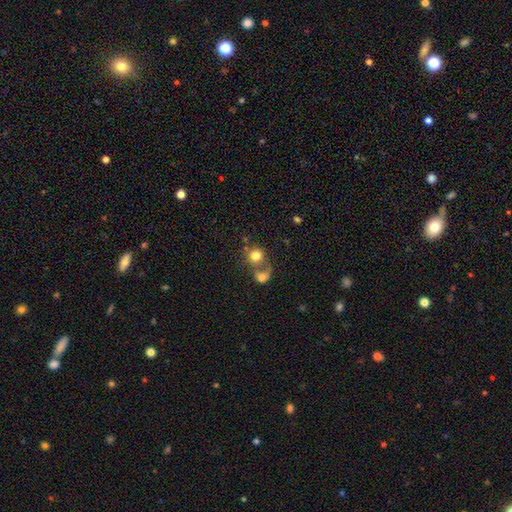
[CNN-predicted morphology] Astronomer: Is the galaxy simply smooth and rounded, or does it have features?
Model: smooth — 77%.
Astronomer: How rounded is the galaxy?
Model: round — 85%.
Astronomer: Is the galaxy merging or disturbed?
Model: merger — 53% (runner-up: none, 34%).